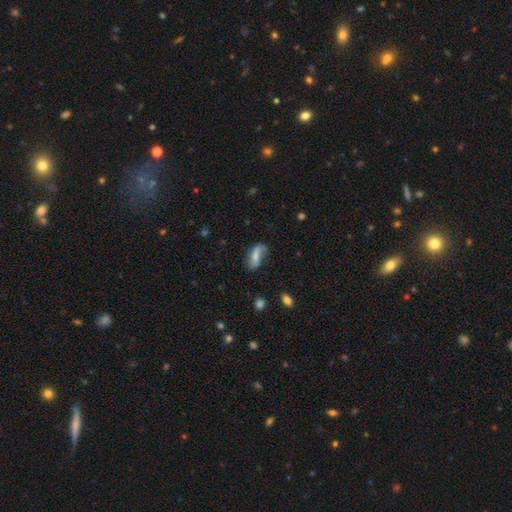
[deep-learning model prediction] Overall: smooth (48%; featured or disk 43%). Merging: none (51%; minor disturbance 28%).